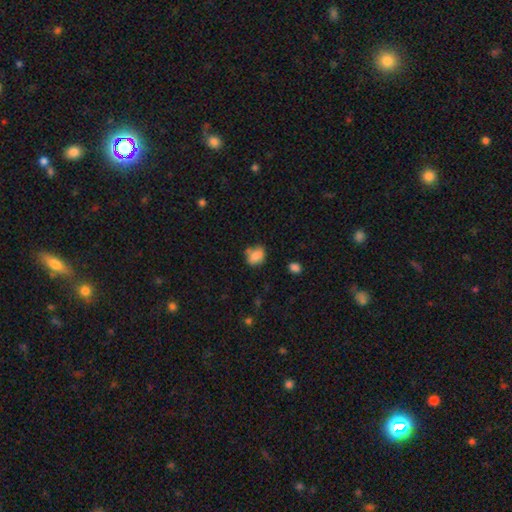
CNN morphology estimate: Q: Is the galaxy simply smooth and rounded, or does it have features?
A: smooth — 81%.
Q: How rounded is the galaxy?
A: in between — 56%.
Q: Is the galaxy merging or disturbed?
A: none — 57%.